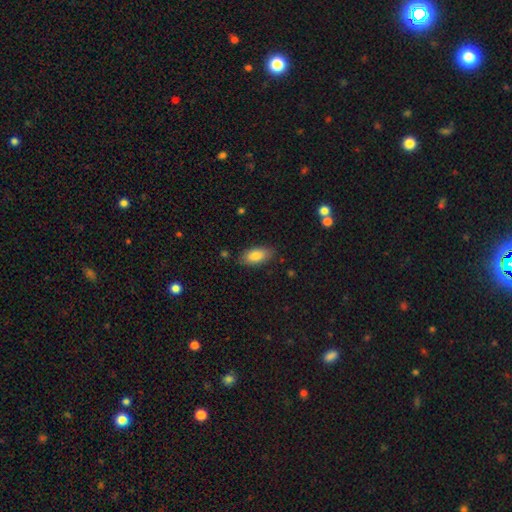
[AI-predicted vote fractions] This is clearly a smooth galaxy (83%). How rounded: clearly in between (90%). Merging: clearly none (84%).